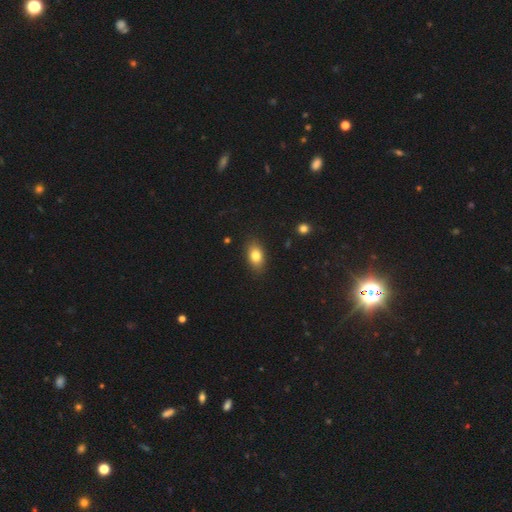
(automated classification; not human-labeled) This appears to be a smooth galaxy with no disk features (81%) that is in between round and cigar-shaped (86%). Merging: none (86%).